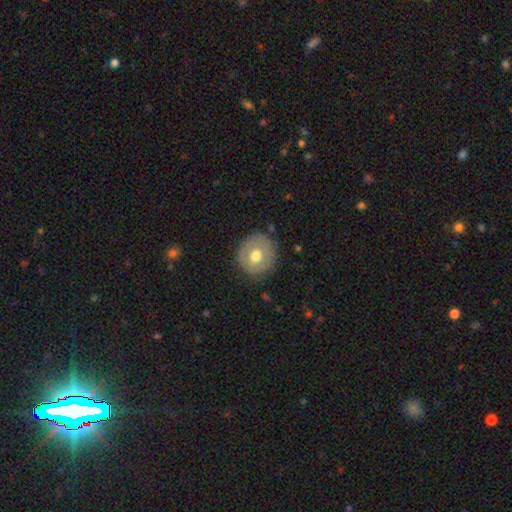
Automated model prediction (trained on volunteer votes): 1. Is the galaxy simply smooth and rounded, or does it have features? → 57% smooth, 36% featured or disk, 7% star or artifact.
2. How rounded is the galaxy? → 90% round, 9% in between, 1% cigar-shaped.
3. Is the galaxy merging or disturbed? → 82% none, 13% minor disturbance, 4% major disturbance, 1% merger.